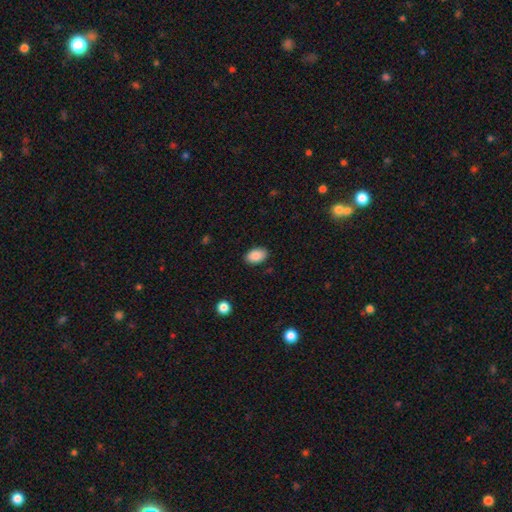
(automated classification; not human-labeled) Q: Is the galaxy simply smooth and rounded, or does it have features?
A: smooth — 89%.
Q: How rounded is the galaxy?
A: in between — 90%.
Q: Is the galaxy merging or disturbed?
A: none — 87%.